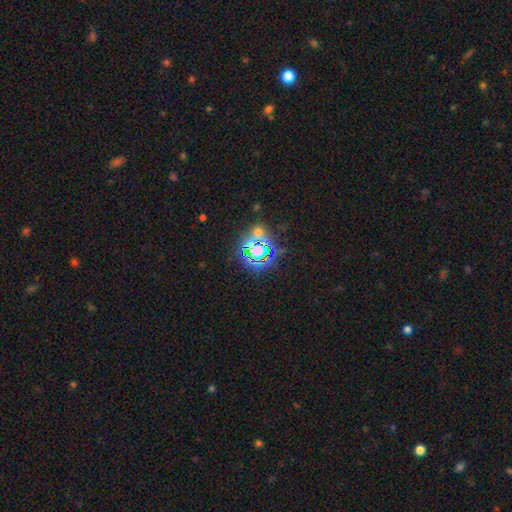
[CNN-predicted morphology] Smooth or featured? Predicted: star or artifact (p=0.67).